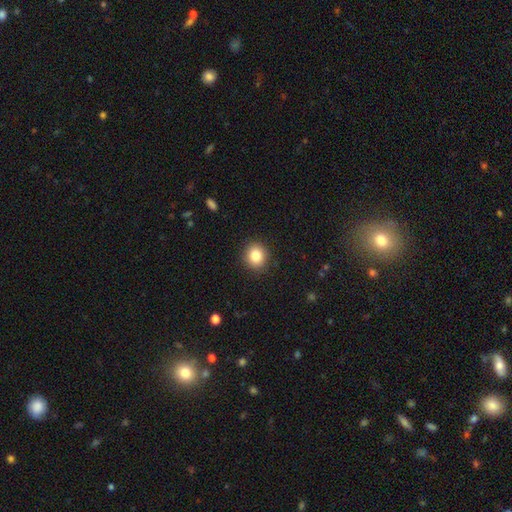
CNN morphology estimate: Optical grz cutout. It shows a smooth galaxy with no disk features (84%) that is round (79%). Merging: none (90%).